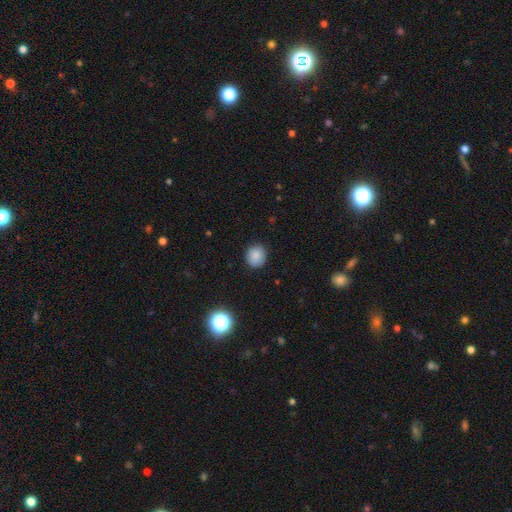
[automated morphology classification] smooth-or-featured: smooth: 85% | star or artifact: 10% | featured or disk: 5%
  how-rounded: round: 81% | in between: 18% | cigar-shaped: 1%
  merging: none: 87% | minor disturbance: 9% | major disturbance: 2% | merger: 1%